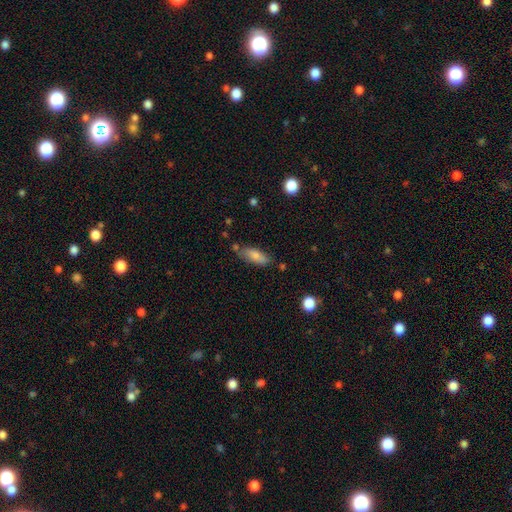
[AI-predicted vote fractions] The model was most divided on "how rounded": in between: 68%, cigar-shaped: 30%, round: 2%. More confident: smooth or featured — smooth (78%); merging — none (67%).